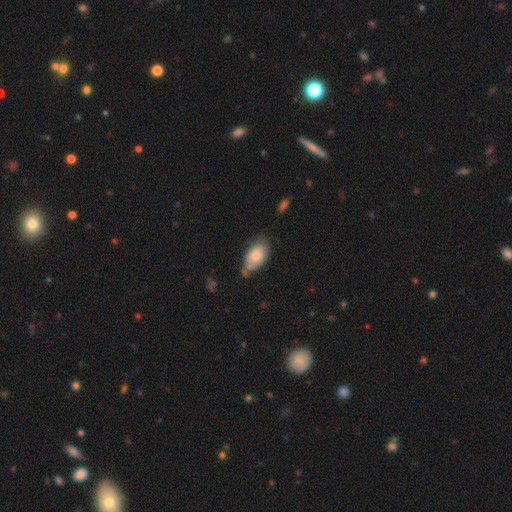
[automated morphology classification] A smooth galaxy with no disk features (81%) that is in between round and cigar-shaped (94%).

Vote fractions:
- Smooth or featured? smooth: 81% / featured or disk: 13% / star or artifact: 6%
- How rounded? in between: 94% / round: 4% / cigar-shaped: 2%
- Merging? none: 56% / minor disturbance: 30% / major disturbance: 7% / merger: 7%